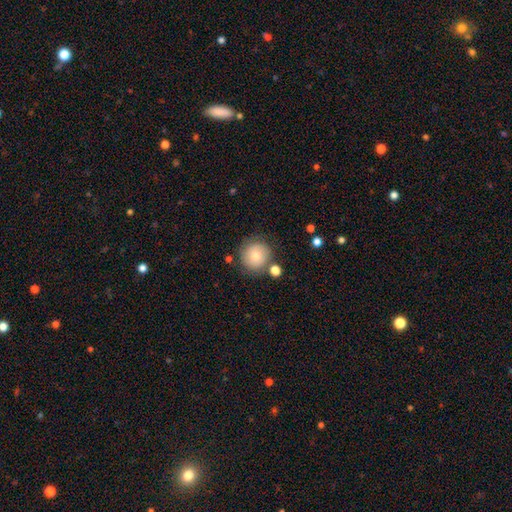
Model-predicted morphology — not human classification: This is likely a smooth galaxy (79%). How rounded: clearly round (92%). Merging: likely none (76%).